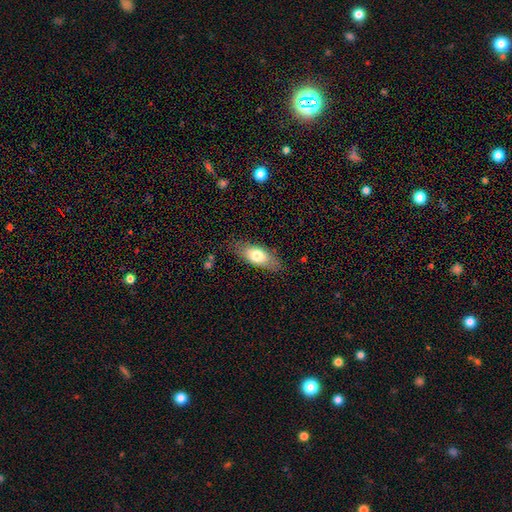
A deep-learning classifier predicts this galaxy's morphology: type=smooth (72%); roundness=in between (81%); merging=none (80%).